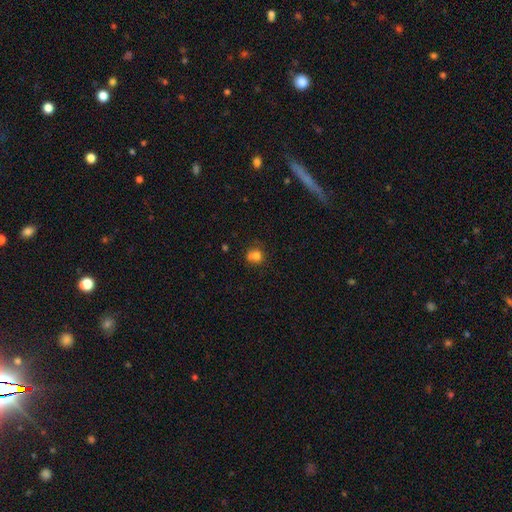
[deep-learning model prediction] The model was most divided on "merging": none: 50%, merger: 21%, minor disturbance: 21%, major disturbance: 9%. More confident: smooth or featured — smooth (76%); how rounded — round (76%).